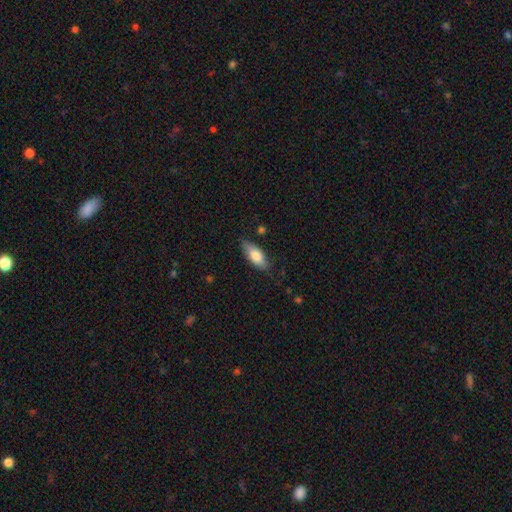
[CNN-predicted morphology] This is likely a smooth galaxy (79%). How rounded: clearly in between (81%). Merging: likely none (80%).